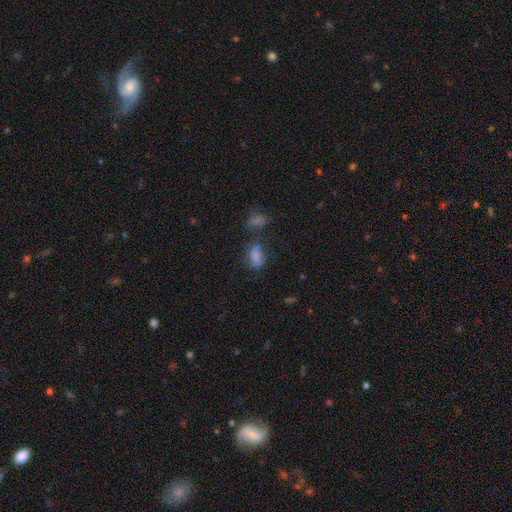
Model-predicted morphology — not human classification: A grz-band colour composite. It shows a smooth galaxy with no disk features (75%) that is in between round and cigar-shaped (82%). Merging: none (49%).